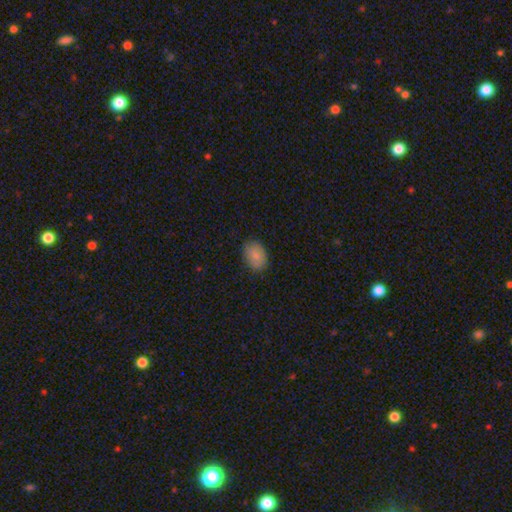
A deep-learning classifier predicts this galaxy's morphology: Smooth or featured? Predicted: smooth (p=0.85). How rounded? Predicted: in between (p=0.75). Merging? Predicted: none (p=0.84).